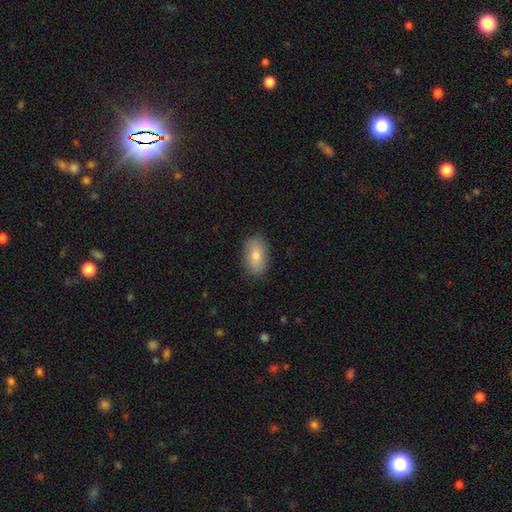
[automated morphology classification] The model was most divided on "smooth or featured": smooth: 77%, featured or disk: 15%, star or artifact: 8%. More confident: how rounded — in between (91%); merging — none (85%).